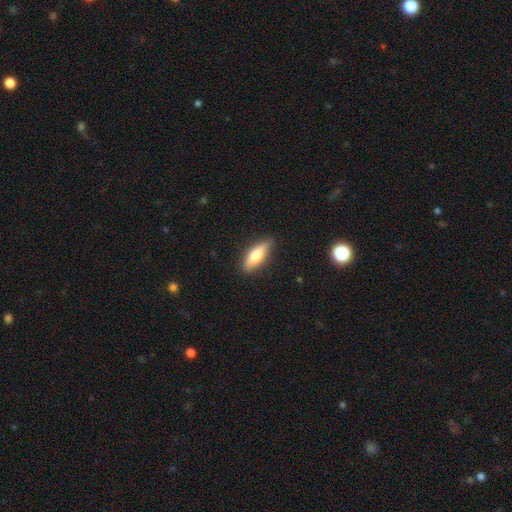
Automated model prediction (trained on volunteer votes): Overall: smooth (62%; featured or disk 32%). How rounded: in between (55%; cigar-shaped 43%). Merging: none (86%).